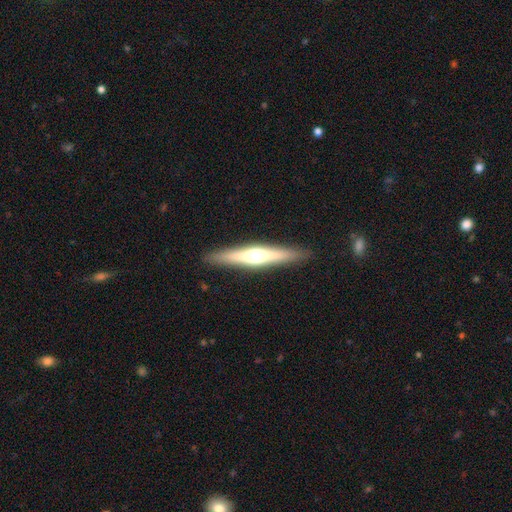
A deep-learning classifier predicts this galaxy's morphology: Smooth or featured? Predicted: featured or disk (p=0.61). Edge-on disk? Predicted: yes (p=0.96). Edge-on bulge? Predicted: rounded (p=0.89). Merging? Predicted: none (p=0.91).